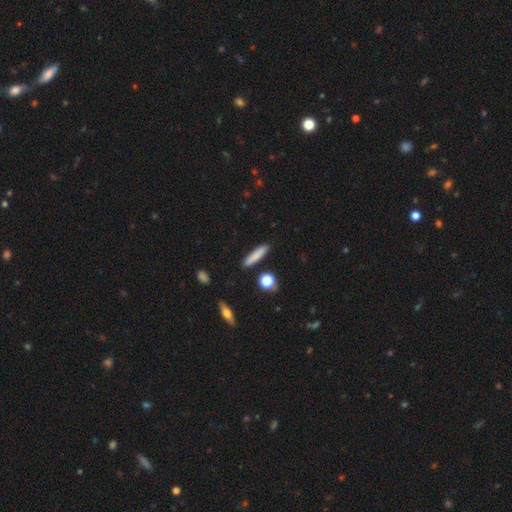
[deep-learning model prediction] A smooth galaxy with no disk features (81%) that is cigar-shaped (85%).

Vote fractions:
- Smooth or featured? smooth: 81% / featured or disk: 11% / star or artifact: 8%
- How rounded? cigar-shaped: 85% / in between: 12% / round: 3%
- Merging? none: 88% / minor disturbance: 8% / merger: 2% / major disturbance: 2%